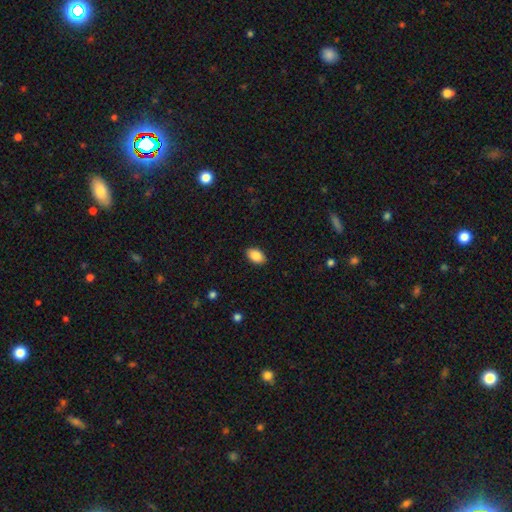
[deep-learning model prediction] Smooth or featured?
  - smooth: 87% *
  - star or artifact: 8%
  - featured or disk: 5%
How rounded?
  - in between: 90% *
  - round: 9%
  - cigar-shaped: 1%
Merging?
  - none: 89% *
  - minor disturbance: 8%
  - major disturbance: 2%
  - merger: 1%